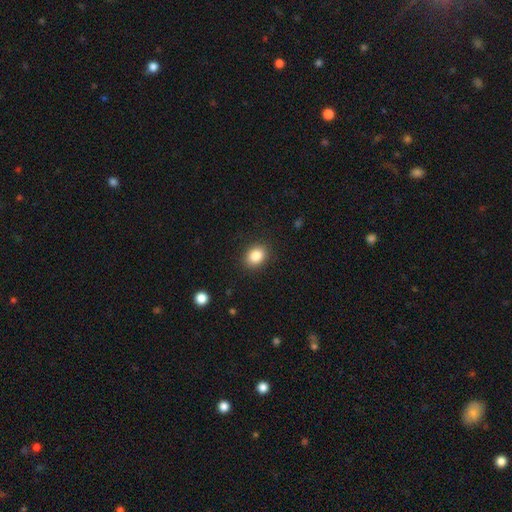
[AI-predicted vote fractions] smooth_or_featured: smooth (p=0.85) [alt: star or artifact p=0.09]
how_rounded: in between (p=0.54) [alt: round p=0.45]
merging: none (p=0.88) [alt: minor disturbance p=0.08]